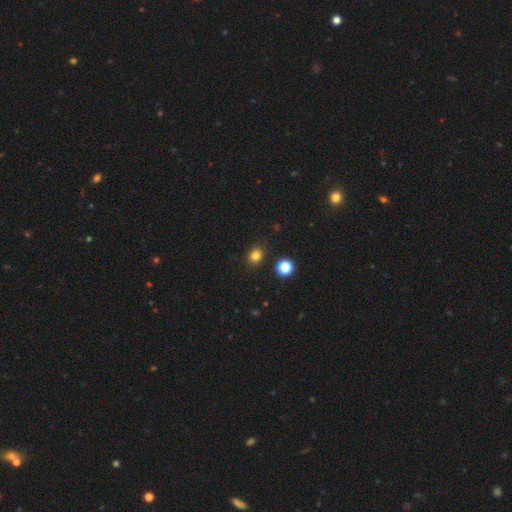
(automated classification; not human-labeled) Overall: smooth (81%). How rounded: round (69%; in between 30%). Merging: none (88%).